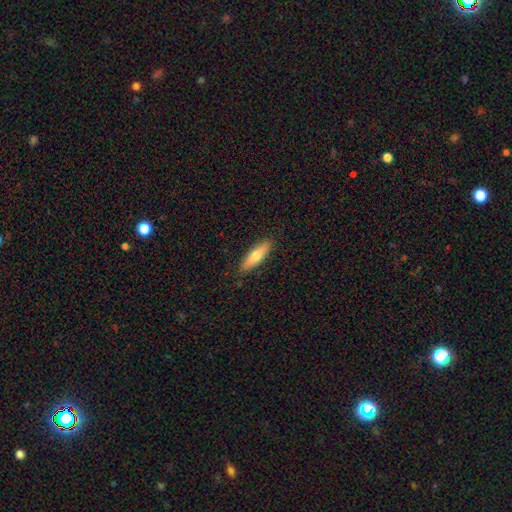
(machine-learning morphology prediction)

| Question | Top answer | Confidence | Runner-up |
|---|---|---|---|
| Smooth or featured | smooth | 65% | featured or disk (29%) |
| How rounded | cigar-shaped | 65% | in between (33%) |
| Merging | none | 88% | minor disturbance (9%) |